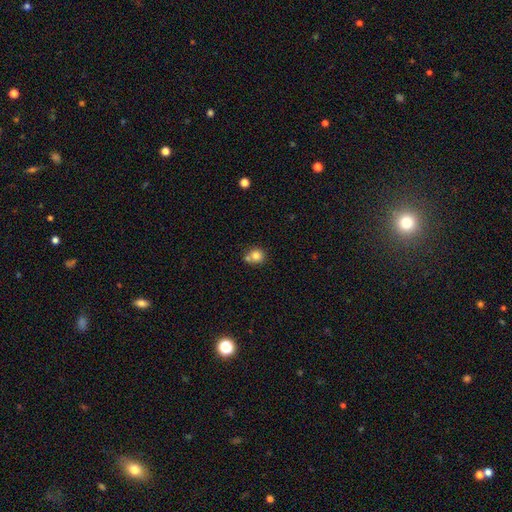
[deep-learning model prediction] Morphology: type=smooth (80%); roundness=round (86%); merging=none (55%).